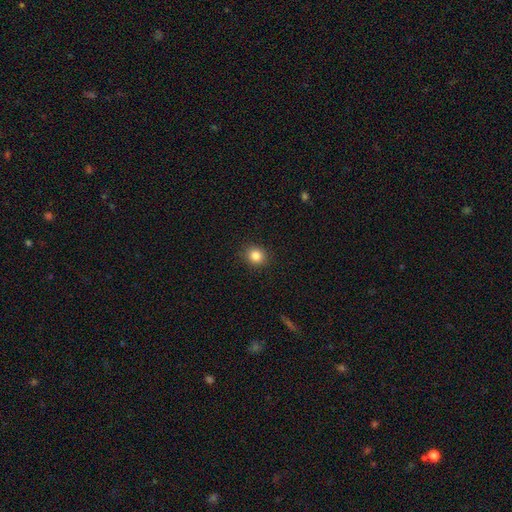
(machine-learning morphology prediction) Smooth or featured? smooth (84%)
How rounded? round (81%)
Merging? none (90%)